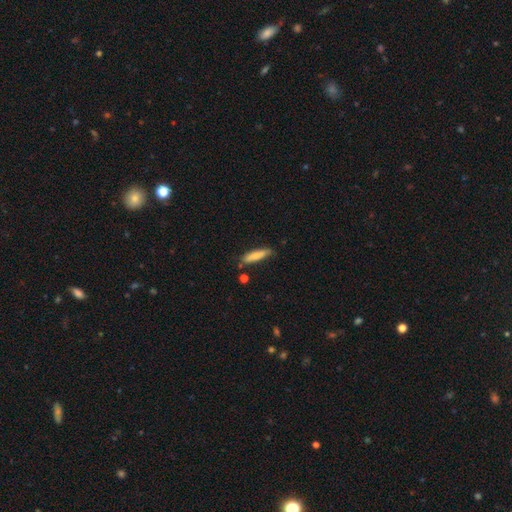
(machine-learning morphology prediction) Overall: smooth (76%). How rounded: cigar-shaped (76%). Merging: none (73%).